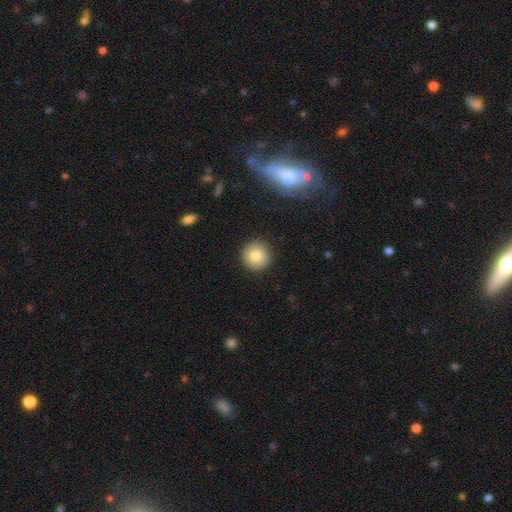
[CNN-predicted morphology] smooth 81%, featured or disk 10%, star or artifact 9%. Down the decision tree: how rounded — round (95%); merging — none (92%).